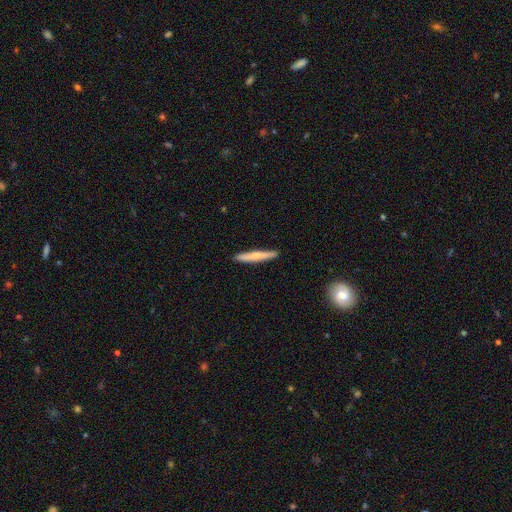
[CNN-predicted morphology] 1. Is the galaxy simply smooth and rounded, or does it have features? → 64% smooth, 31% featured or disk, 5% star or artifact.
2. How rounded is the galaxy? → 95% cigar-shaped, 3% in between, 1% round.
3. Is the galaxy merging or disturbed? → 91% none, 6% minor disturbance, 1% major disturbance, 1% merger.